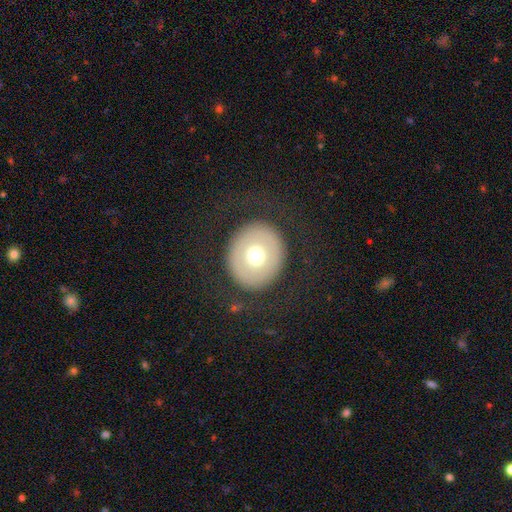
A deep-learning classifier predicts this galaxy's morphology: Smooth or featured? smooth (55%)
How rounded? round (77%)
Merging? none (83%)